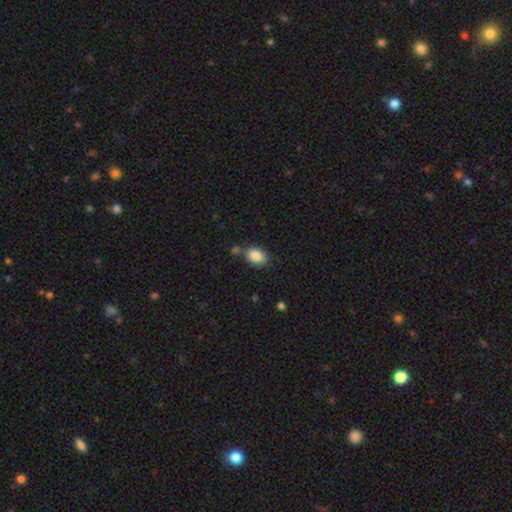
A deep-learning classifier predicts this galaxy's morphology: Smooth or featured?
  - smooth: 87% *
  - star or artifact: 8%
  - featured or disk: 5%
How rounded?
  - in between: 83% *
  - round: 16%
  - cigar-shaped: 1%
Merging?
  - none: 70% *
  - minor disturbance: 15%
  - merger: 11%
  - major disturbance: 4%